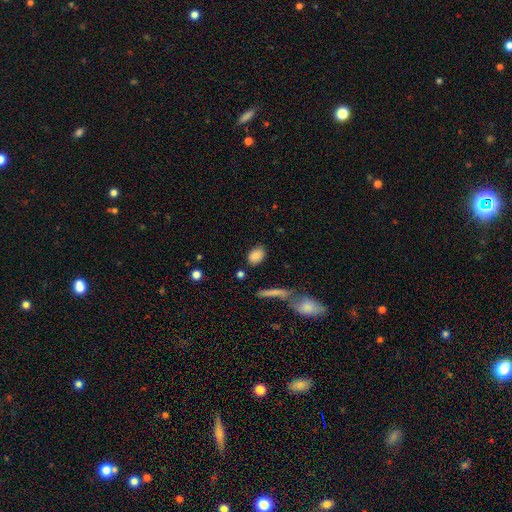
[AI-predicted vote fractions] smooth_or_featured: smooth (p=0.86) [alt: star or artifact p=0.08]
how_rounded: in between (p=0.85) [alt: round p=0.11]
merging: none (p=0.80) [alt: minor disturbance p=0.11]